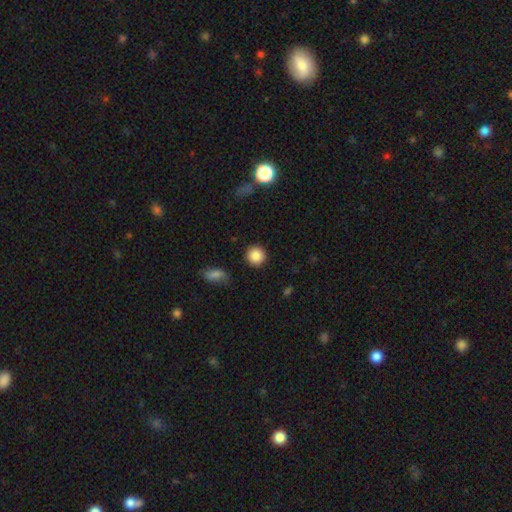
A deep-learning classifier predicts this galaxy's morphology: smooth 87%, star or artifact 9%, featured or disk 4%. Down the decision tree: how rounded — round (93%); merging — none (90%).